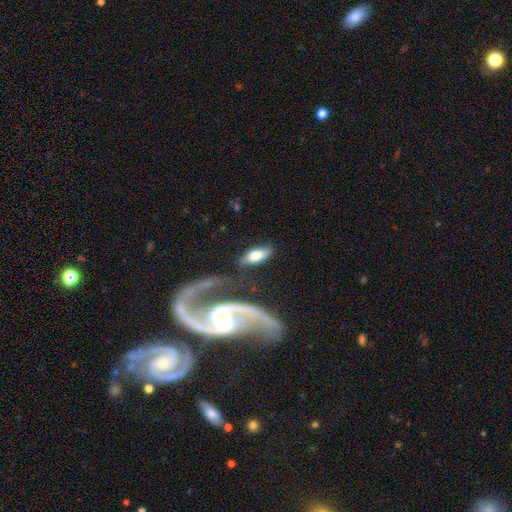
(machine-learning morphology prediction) Smooth or featured? Predicted: smooth (p=0.61). How rounded? Predicted: in between (p=0.83). Merging? Predicted: none (p=0.60).